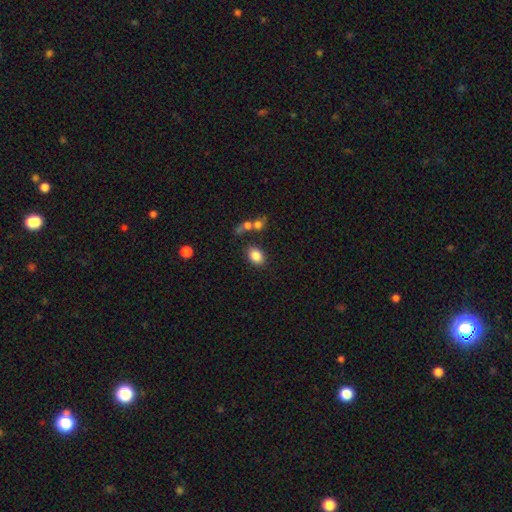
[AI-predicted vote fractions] smooth 84%, star or artifact 9%, featured or disk 7%. Down the decision tree: how rounded — in between (69%); merging — none (77%).